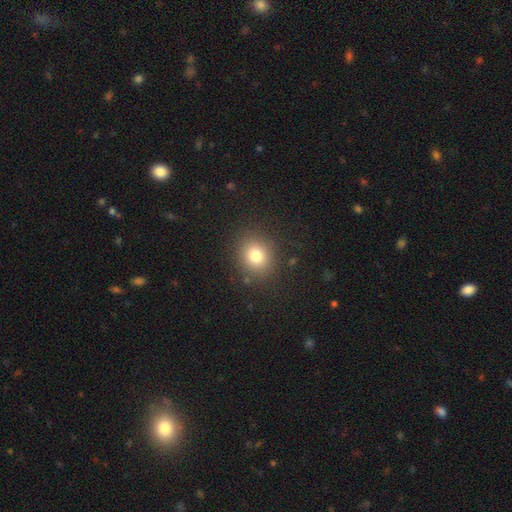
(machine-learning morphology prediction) Overall: smooth (78%). How rounded: round (74%). Merging: none (86%).